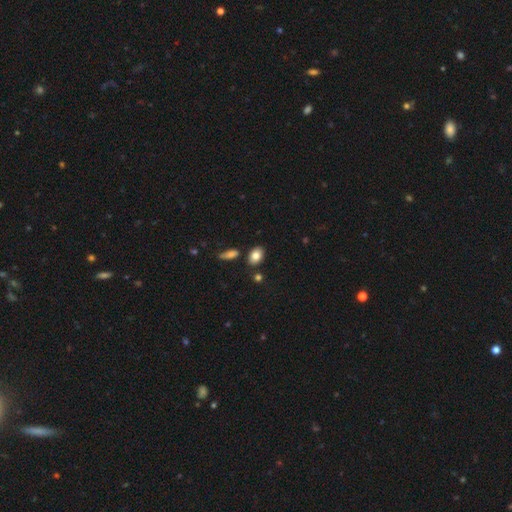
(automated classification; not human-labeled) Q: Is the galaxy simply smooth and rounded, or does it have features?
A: smooth — 82%.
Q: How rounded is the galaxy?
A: in between — 81%.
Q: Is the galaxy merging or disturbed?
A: none — 81%.